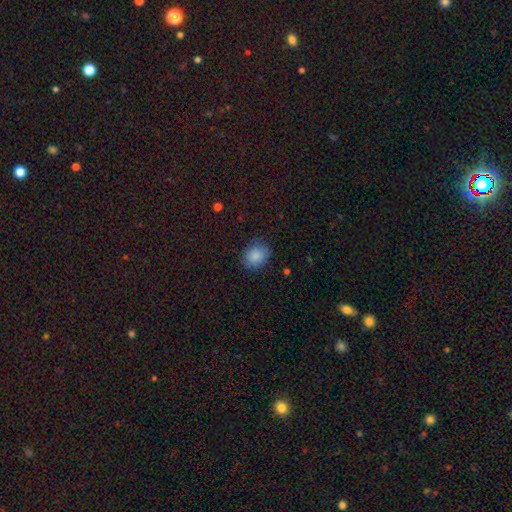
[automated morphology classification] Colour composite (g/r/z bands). It shows a smooth galaxy with no disk features (87%) that is round (62%). Merging: none (83%).